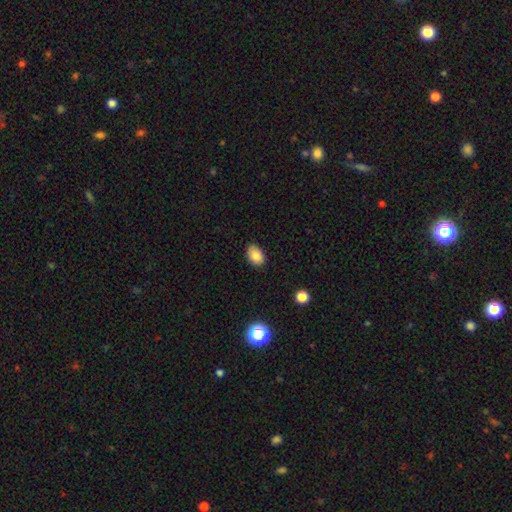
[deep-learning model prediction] smooth-or-featured: smooth: 86% | star or artifact: 9% | featured or disk: 5%
  how-rounded: in between: 82% | round: 17% | cigar-shaped: 1%
  merging: none: 80% | minor disturbance: 17% | major disturbance: 2% | merger: 1%